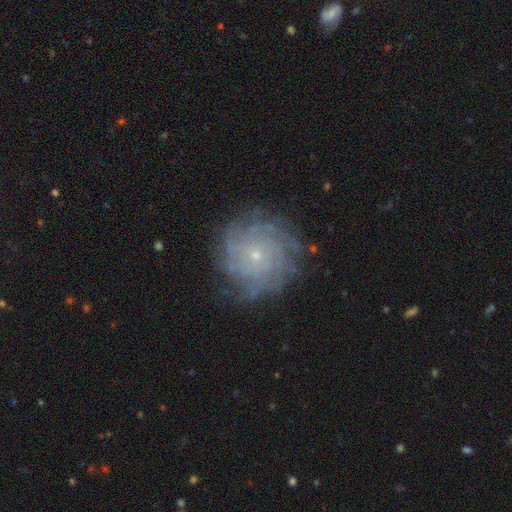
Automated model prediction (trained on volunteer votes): Smooth or featured? Predicted: featured or disk (p=0.76). Edge-on disk? Predicted: no (p=0.97). Bar? Predicted: no (p=0.84). Spiral arms? Predicted: yes (p=0.92). Spiral winding? Predicted: tight (p=0.74). Spiral arm count? Predicted: can't tell (p=0.34). Bulge size? Predicted: small (p=0.85). Merging? Predicted: none (p=0.80).